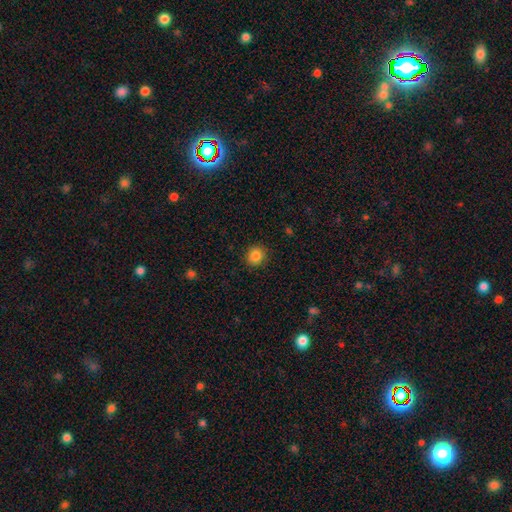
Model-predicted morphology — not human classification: This is clearly a smooth galaxy (85%). How rounded: clearly round (85%). Merging: clearly none (89%).